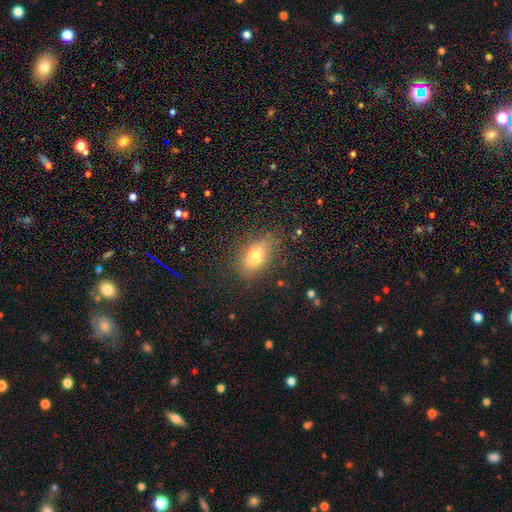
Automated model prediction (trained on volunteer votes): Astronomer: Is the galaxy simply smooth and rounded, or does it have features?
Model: smooth — 66%.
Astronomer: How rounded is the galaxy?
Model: in between — 81%.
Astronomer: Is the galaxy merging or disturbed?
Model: none — 79%.